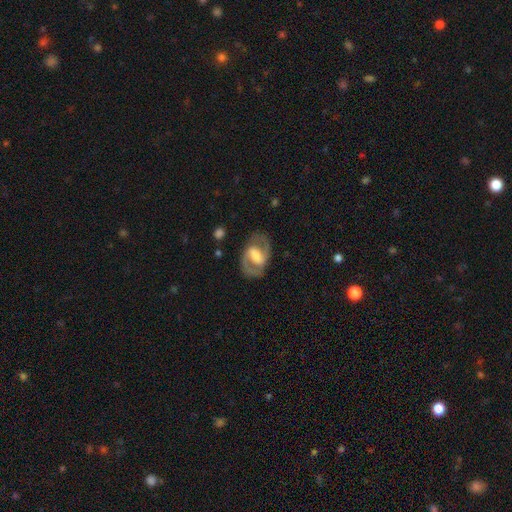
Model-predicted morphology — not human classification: Overall: featured or disk (80%). Edge-on disk: no (97%). Bar: strong (43%; weak 41%). Spiral arms: yes (87%). Spiral arm count: 2 (91%). Spiral winding: medium (56%; tight 25%). Bulge size: moderate (35%; large 33%). Merging: none (80%).